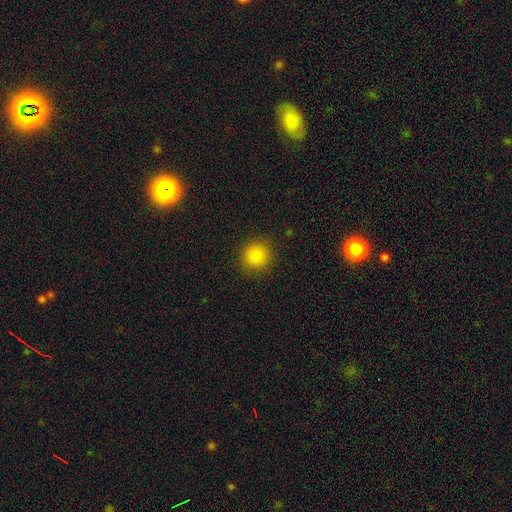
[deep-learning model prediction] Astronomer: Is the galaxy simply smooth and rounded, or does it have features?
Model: smooth — 85%.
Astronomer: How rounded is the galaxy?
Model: round — 92%.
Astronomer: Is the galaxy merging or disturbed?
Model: none — 90%.